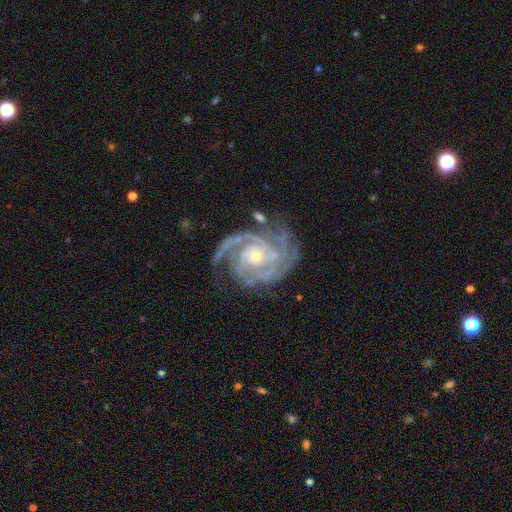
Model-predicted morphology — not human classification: Overall: featured or disk (92%). Edge-on disk: no (98%). Bar: no (74%). Spiral arms: yes (98%). Spiral arm count: 3 (31%; 2 22%). Spiral winding: tight (67%; medium 29%). Bulge size: small (70%). Merging: none (67%).